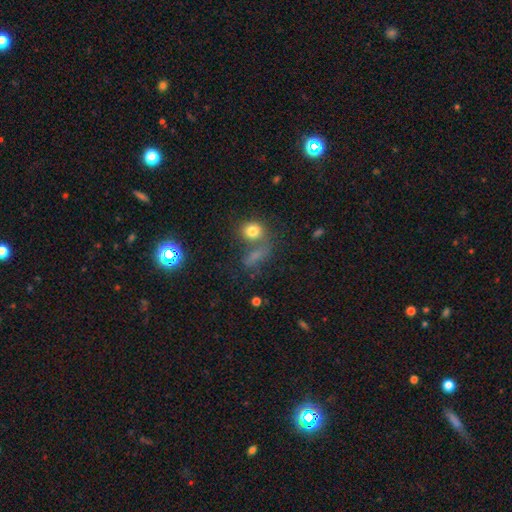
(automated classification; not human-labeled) Q: Smooth or featured?
A: smooth (58%); runner-up: star or artifact (27%)
Q: How rounded?
A: in between (45%); runner-up: round (44%)
Q: Merging?
A: none (46%); runner-up: merger (30%)